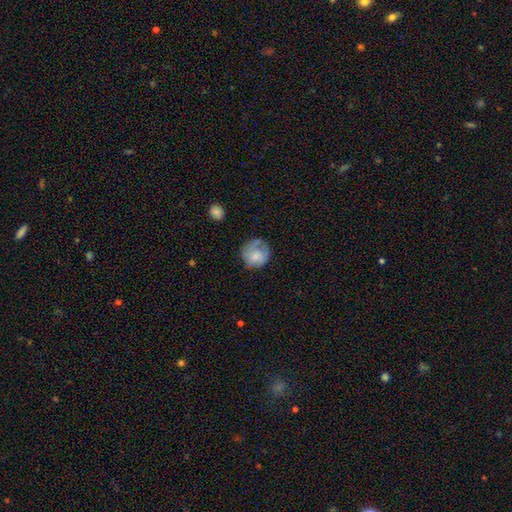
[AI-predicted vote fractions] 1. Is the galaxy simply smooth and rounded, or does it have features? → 55% smooth, 37% featured or disk, 8% star or artifact.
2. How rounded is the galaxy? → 82% round, 17% in between, 1% cigar-shaped.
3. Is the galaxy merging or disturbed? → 55% none, 26% minor disturbance, 16% major disturbance, 3% merger.